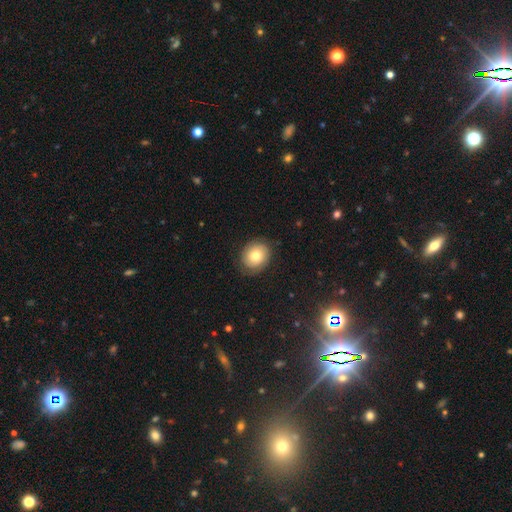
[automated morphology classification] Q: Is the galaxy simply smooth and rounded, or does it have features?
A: smooth — 74%.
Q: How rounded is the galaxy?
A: round — 65%.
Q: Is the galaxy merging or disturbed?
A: none — 81%.